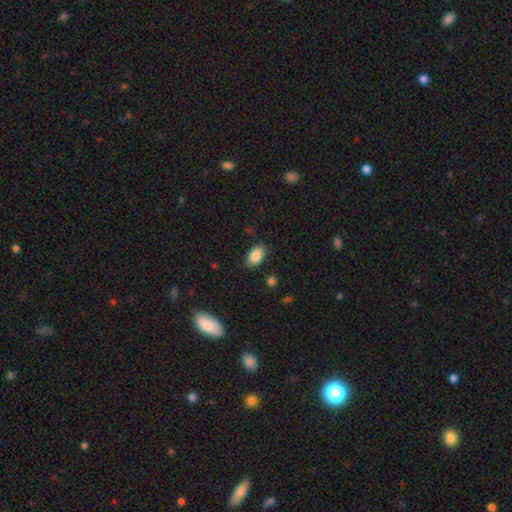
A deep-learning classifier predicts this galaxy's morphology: Smooth or featured? smooth (86%)
How rounded? in between (92%)
Merging? none (86%)